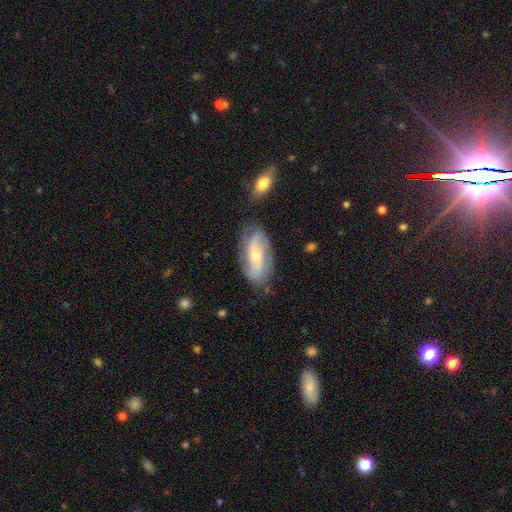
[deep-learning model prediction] featured or disk 66%, smooth 28%, star or artifact 6%. Down the decision tree: edge-on disk — no (92%); bar — no (56%); spiral arms — yes (87%); spiral arm count — 2 (75%); spiral winding — medium (41%); bulge size — small (52%); merging — none (72%).